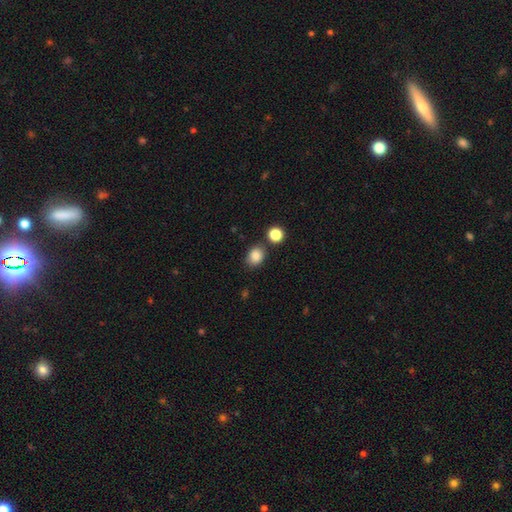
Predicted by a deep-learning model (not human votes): Smooth or featured: smooth — 86% (star or artifact — 10%)
How rounded: round — 52% (in between — 47%)
Merging: none — 75% (minor disturbance — 14%)